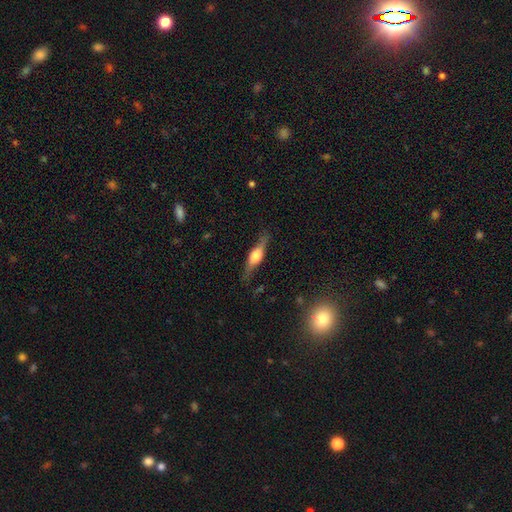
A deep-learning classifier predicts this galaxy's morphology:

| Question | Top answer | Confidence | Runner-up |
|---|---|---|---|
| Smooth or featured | featured or disk | 60% | smooth (34%) |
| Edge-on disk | yes | 92% | no (8%) |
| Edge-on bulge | rounded | 87% | boxy (10%) |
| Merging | none | 79% | minor disturbance (15%) |